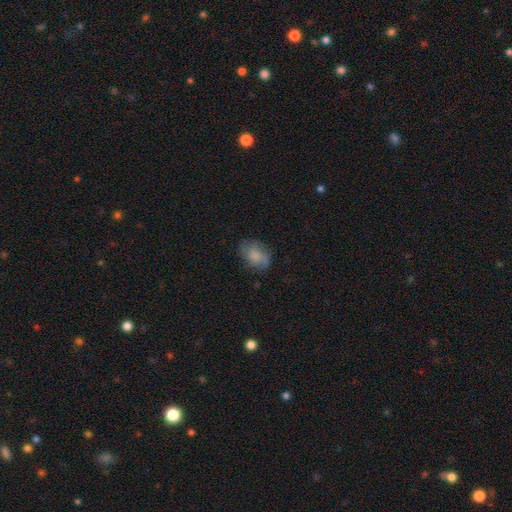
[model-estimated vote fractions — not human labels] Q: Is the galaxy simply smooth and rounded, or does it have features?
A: smooth — 70%.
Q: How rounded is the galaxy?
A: in between — 74%.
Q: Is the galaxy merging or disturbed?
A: none — 66%.